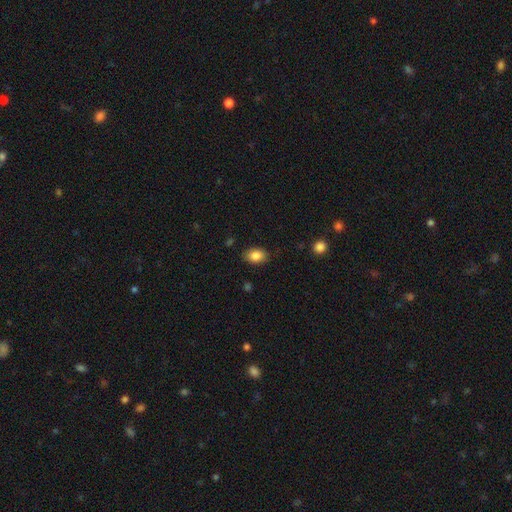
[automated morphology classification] This is clearly a smooth galaxy (86%). How rounded: clearly in between (82%). Merging: clearly none (84%).